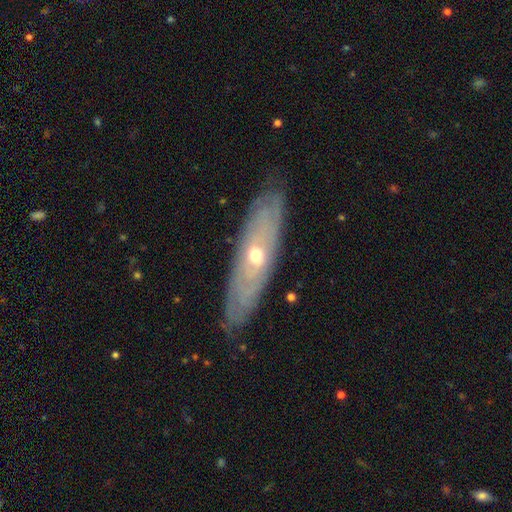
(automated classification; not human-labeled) Morphology: type=featured or disk (70%); edge-on=no (69%); merging=none (83%).